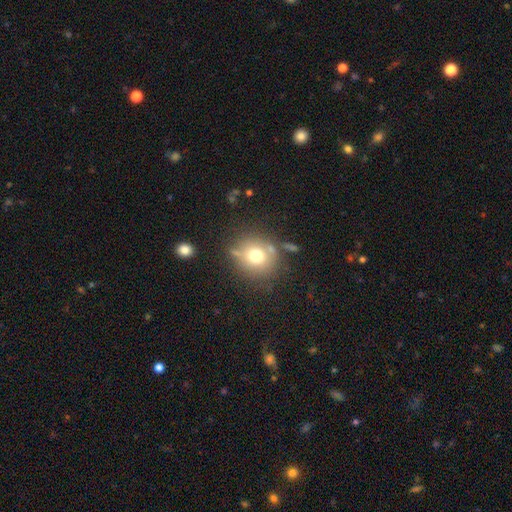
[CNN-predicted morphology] This appears to be a smooth galaxy with no disk features (71%) that is round (87%). Merging: none (72%).